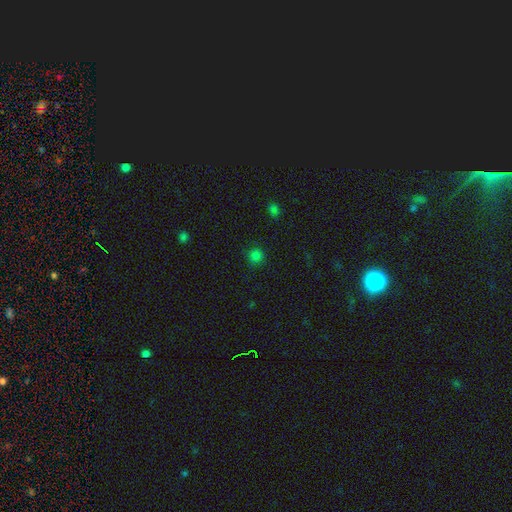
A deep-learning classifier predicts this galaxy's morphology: smooth_or_featured: smooth (p=0.79) [alt: star or artifact p=0.18]
how_rounded: round (p=0.93) [alt: in between p=0.06]
merging: none (p=0.88) [alt: minor disturbance p=0.08]